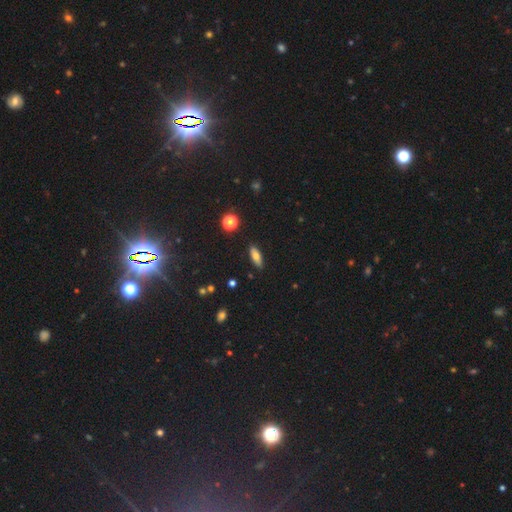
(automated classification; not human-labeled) Morphology: type=smooth (72%); roundness=in between (70%); merging=none (87%).